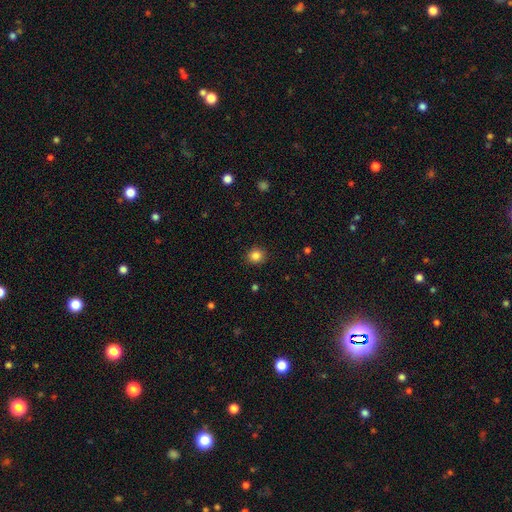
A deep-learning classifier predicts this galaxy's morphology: smooth_or_featured: smooth (p=0.84) [alt: star or artifact p=0.11]
how_rounded: round (p=0.88) [alt: in between p=0.11]
merging: none (p=0.91) [alt: minor disturbance p=0.06]